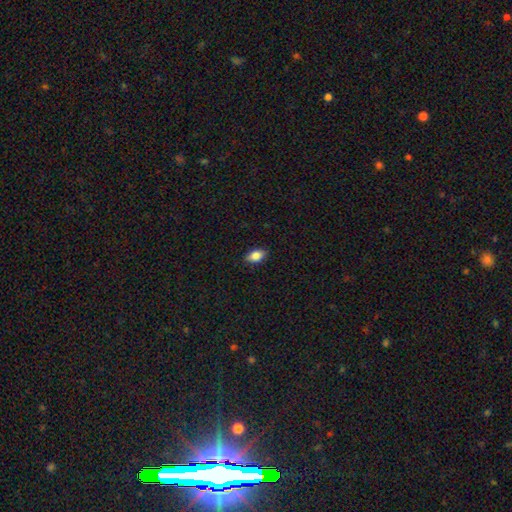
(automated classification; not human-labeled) Smooth or featured? smooth (82%)
How rounded? in between (88%)
Merging? none (87%)